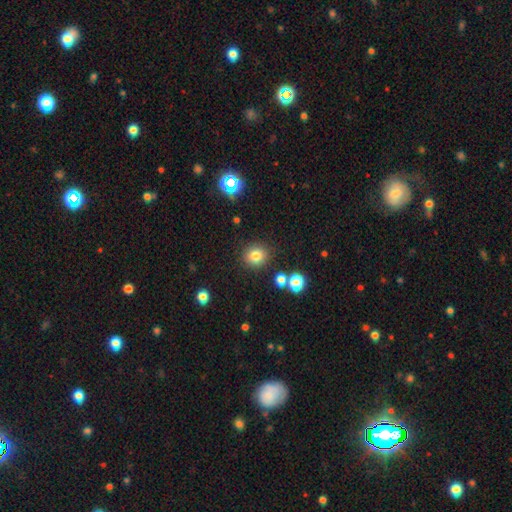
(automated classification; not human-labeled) smooth-or-featured: smooth: 78% | star or artifact: 15% | featured or disk: 7%
  how-rounded: round: 87% | in between: 12% | cigar-shaped: 1%
  merging: none: 85% | minor disturbance: 8% | merger: 4% | major disturbance: 3%